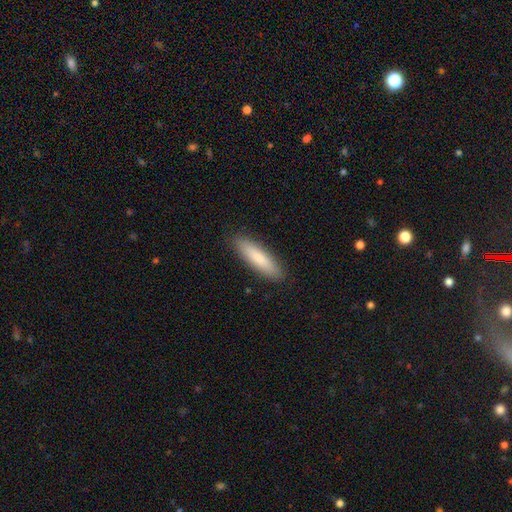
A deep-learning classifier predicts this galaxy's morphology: smooth-or-featured: smooth: 81% | featured or disk: 14% | star or artifact: 6%
  how-rounded: cigar-shaped: 73% | in between: 25% | round: 1%
  merging: none: 90% | minor disturbance: 7% | major disturbance: 2% | merger: 1%